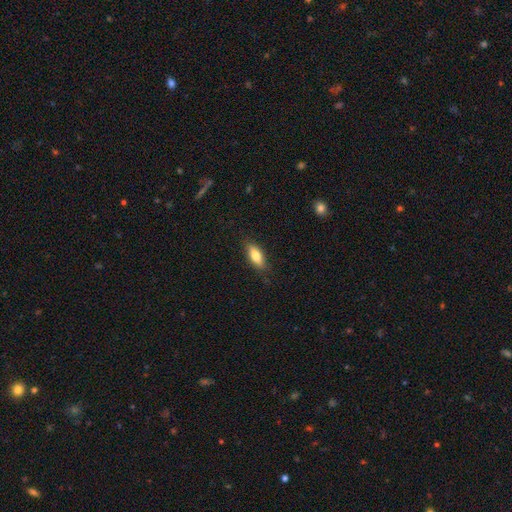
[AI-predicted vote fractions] smooth_or_featured: smooth (p=0.77) [alt: featured or disk p=0.16]
how_rounded: in between (p=0.76) [alt: cigar-shaped p=0.21]
merging: none (p=0.84) [alt: minor disturbance p=0.12]